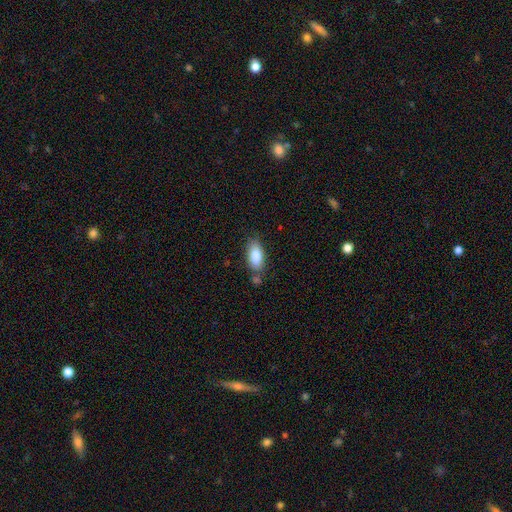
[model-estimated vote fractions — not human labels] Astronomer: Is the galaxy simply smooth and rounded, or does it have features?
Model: smooth — 85%.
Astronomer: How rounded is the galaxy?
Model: in between — 87%.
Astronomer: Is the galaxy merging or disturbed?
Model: none — 68%.